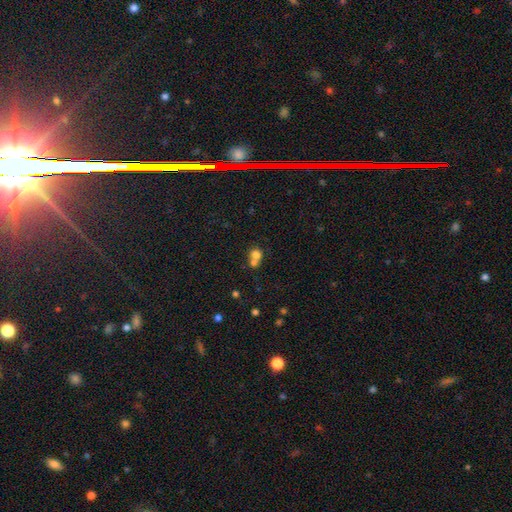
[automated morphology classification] smooth 74%, star or artifact 13%, featured or disk 13%. Down the decision tree: how rounded — round (81%); merging — merger (56%).